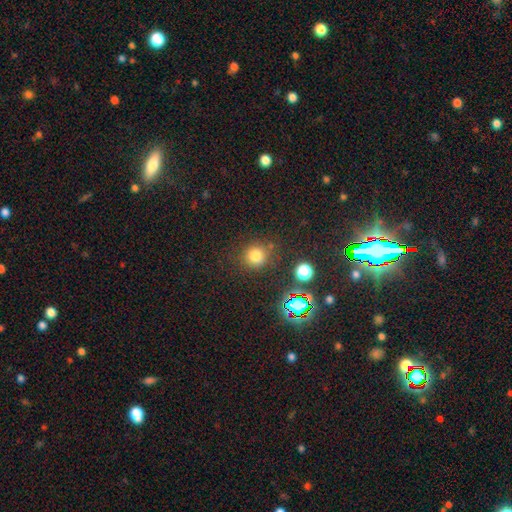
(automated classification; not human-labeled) This is likely a smooth galaxy (75%). How rounded: clearly round (91%). Merging: clearly none (81%).